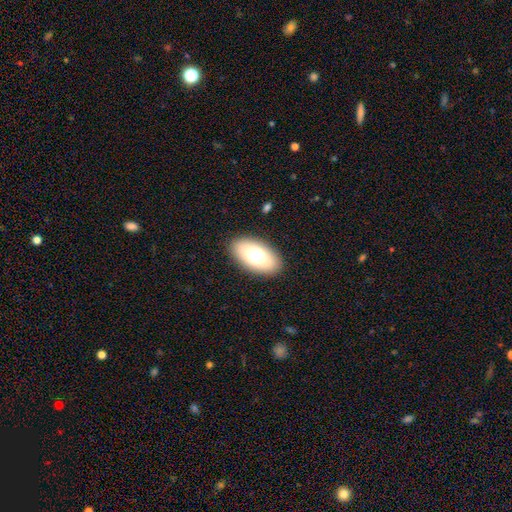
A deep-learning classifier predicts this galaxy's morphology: This is likely a smooth galaxy (71%). How rounded: clearly in between (92%). Merging: clearly none (87%).